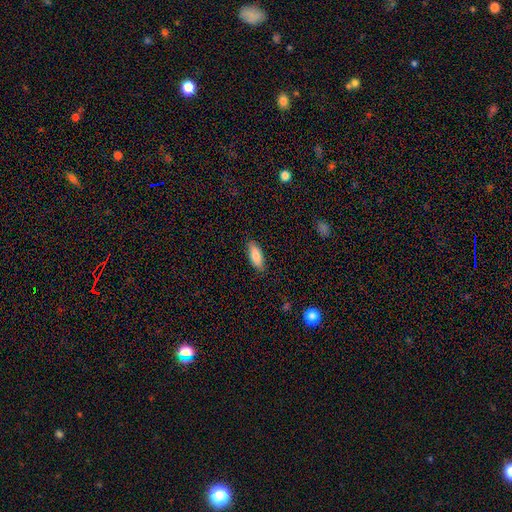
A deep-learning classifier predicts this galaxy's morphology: type=smooth (85%); roundness=in between (72%); merging=none (86%).